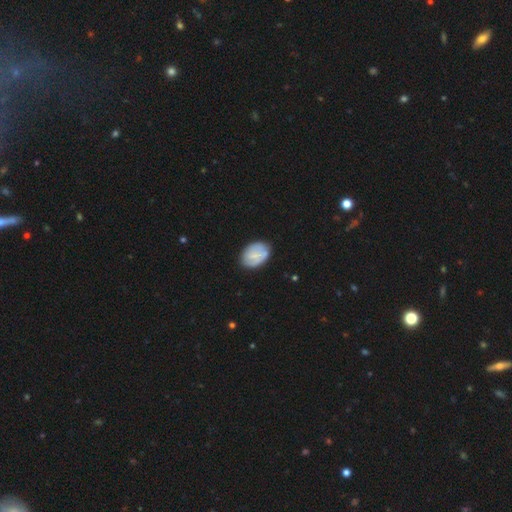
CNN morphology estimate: This is possibly a smooth galaxy (55%). How rounded: clearly in between (81%). Merging: likely none (73%).